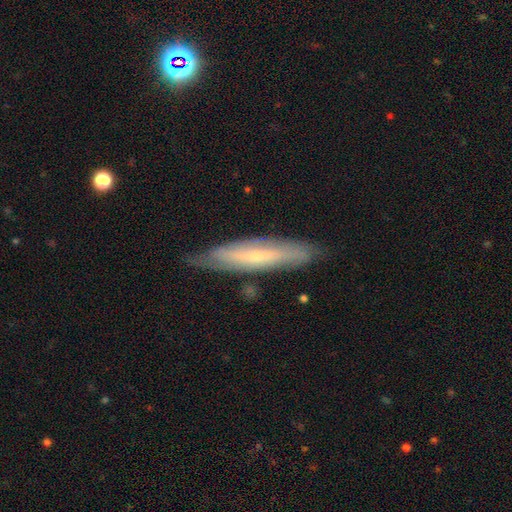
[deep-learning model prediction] Smooth or featured: featured or disk — 64% (smooth — 30%)
Edge-on disk: yes — 60% (no — 40%)
Merging: none — 79% (minor disturbance — 16%)